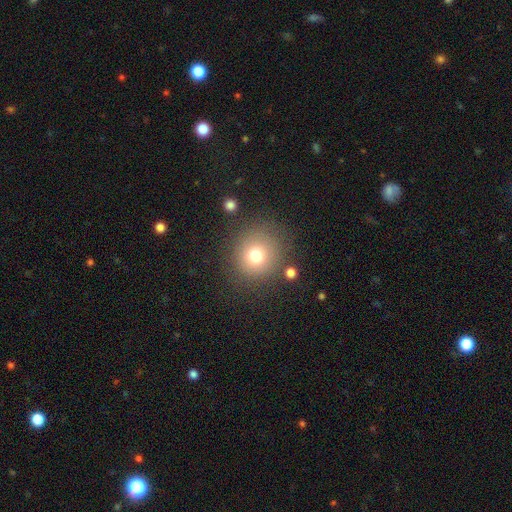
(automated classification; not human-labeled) A smooth galaxy with no disk features (74%) that is round (91%).

Vote fractions:
- Smooth or featured? smooth: 74% / star or artifact: 14% / featured or disk: 12%
- How rounded? round: 91% / in between: 8% / cigar-shaped: 1%
- Merging? none: 81% / minor disturbance: 10% / major disturbance: 5% / merger: 4%